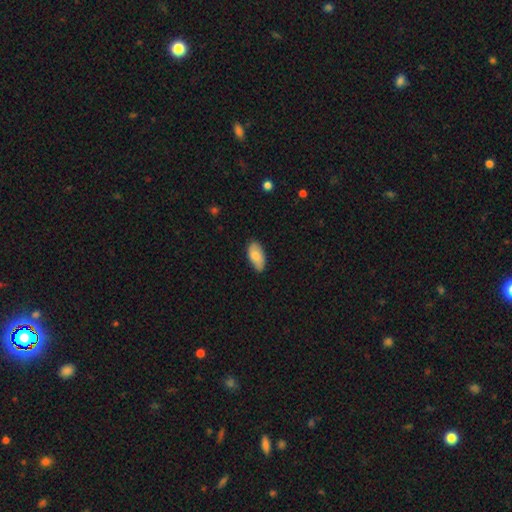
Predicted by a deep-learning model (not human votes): A smooth galaxy with no disk features (81%) that is in between round and cigar-shaped (93%). Merging: none (76%).